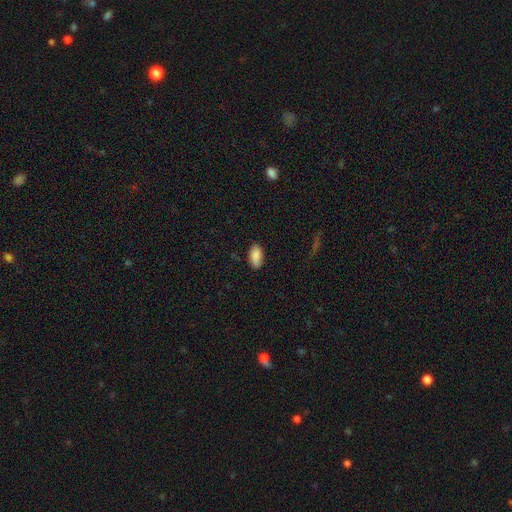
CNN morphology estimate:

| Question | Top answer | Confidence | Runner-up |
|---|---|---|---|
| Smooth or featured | smooth | 88% | star or artifact (7%) |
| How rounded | in between | 93% | cigar-shaped (4%) |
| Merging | none | 85% | minor disturbance (11%) |